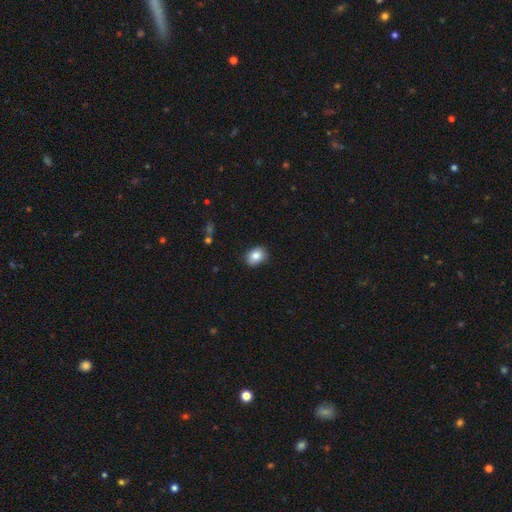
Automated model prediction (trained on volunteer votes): Morphology: type=smooth (85%); roundness=in between (56%); merging=none (84%).